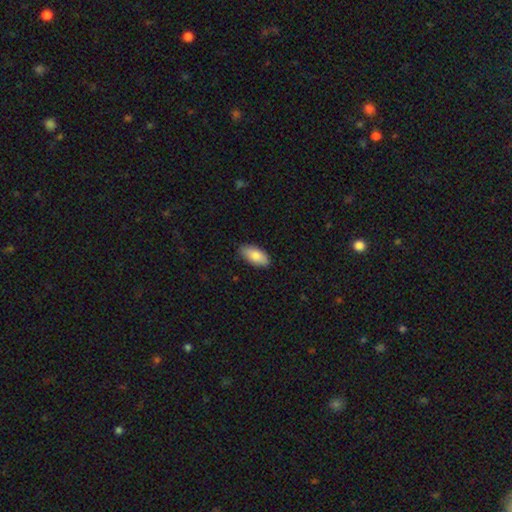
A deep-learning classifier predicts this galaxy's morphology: A smooth galaxy with no disk features (85%) that is in between round and cigar-shaped (91%). Merging: none (87%).